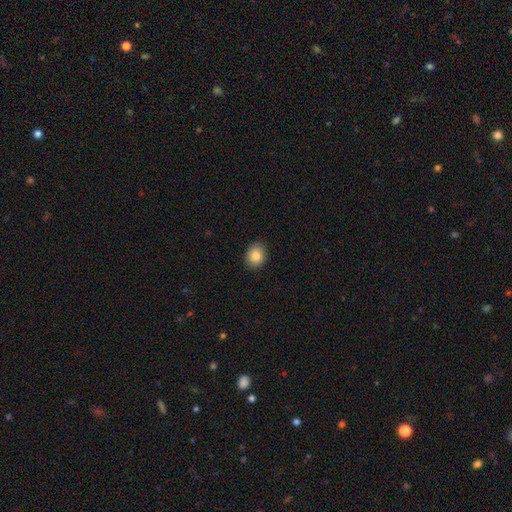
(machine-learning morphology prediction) Smooth or featured?
  - smooth: 86% *
  - star or artifact: 8%
  - featured or disk: 6%
How rounded?
  - in between: 51% *
  - round: 48%
  - cigar-shaped: 1%
Merging?
  - none: 86% *
  - minor disturbance: 11%
  - major disturbance: 2%
  - merger: 1%